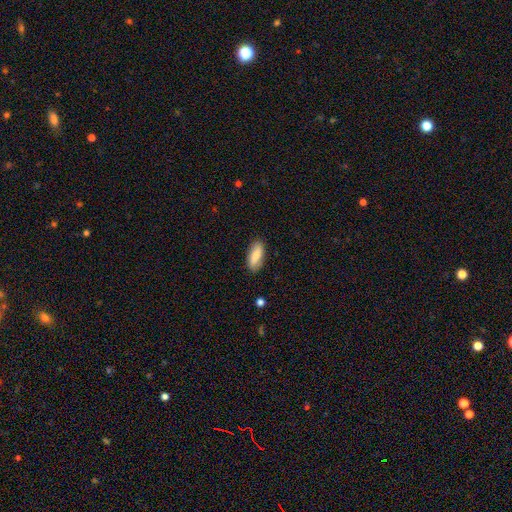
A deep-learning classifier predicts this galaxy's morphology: This is likely a smooth galaxy (77%). How rounded: likely in between (78%). Merging: clearly none (87%).